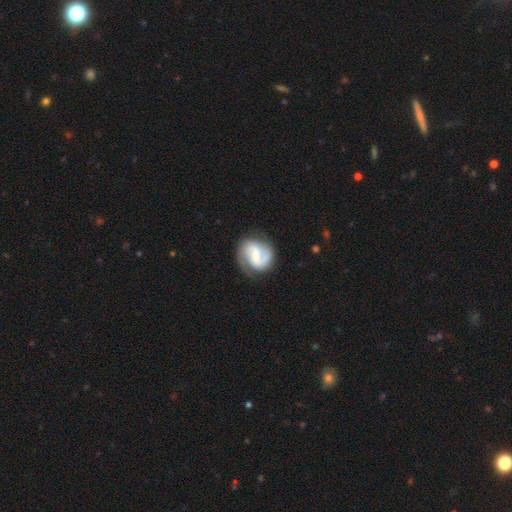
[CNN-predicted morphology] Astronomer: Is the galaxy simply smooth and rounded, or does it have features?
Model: featured or disk — 79%.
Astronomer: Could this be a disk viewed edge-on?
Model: no — 98%.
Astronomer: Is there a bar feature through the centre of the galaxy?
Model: weak — 49% (runner-up: no, 28%).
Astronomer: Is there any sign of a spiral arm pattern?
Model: yes — 94%.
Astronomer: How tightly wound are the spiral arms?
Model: medium — 48% (runner-up: tight, 29%).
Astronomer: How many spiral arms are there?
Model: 2 — 87%.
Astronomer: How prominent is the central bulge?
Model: small — 51% (runner-up: moderate, 41%).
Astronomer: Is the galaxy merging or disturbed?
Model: none — 77%.